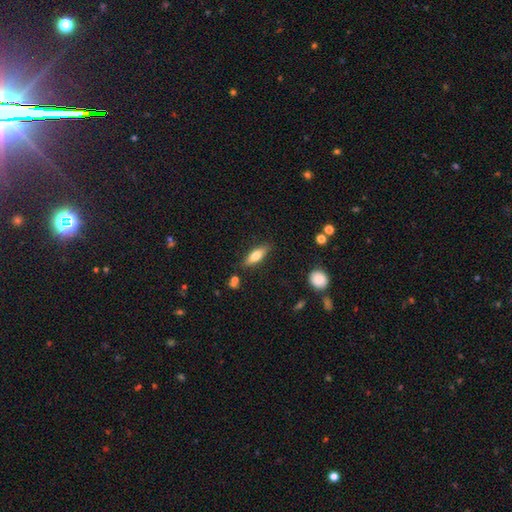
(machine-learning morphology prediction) Smooth or featured: smooth — 68% (featured or disk — 25%)
How rounded: in between — 54% (cigar-shaped — 43%)
Merging: none — 82% (minor disturbance — 12%)